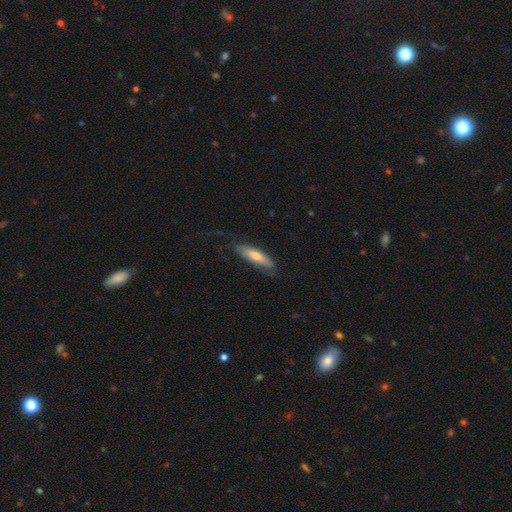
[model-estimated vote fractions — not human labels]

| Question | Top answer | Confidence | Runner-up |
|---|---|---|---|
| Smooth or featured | smooth | 56% | featured or disk (37%) |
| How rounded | cigar-shaped | 75% | in between (23%) |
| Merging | none | 71% | minor disturbance (20%) |